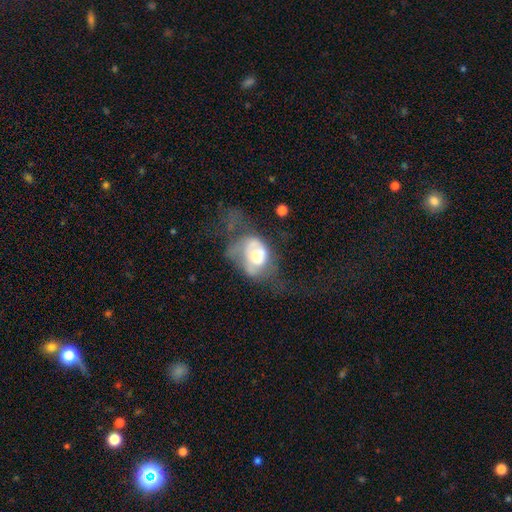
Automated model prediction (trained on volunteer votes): smooth_or_featured: featured or disk (p=0.52) [alt: smooth p=0.39]
disk_edge_on: no (p=0.96) [alt: yes p=0.04]
bar: no (p=0.79) [alt: weak p=0.17]
has_spiral_arms: no (p=0.59) [alt: yes p=0.41]
bulge_size: moderate (p=0.60) [alt: large p=0.19]
merging: major disturbance (p=0.52) [alt: minor disturbance p=0.19]